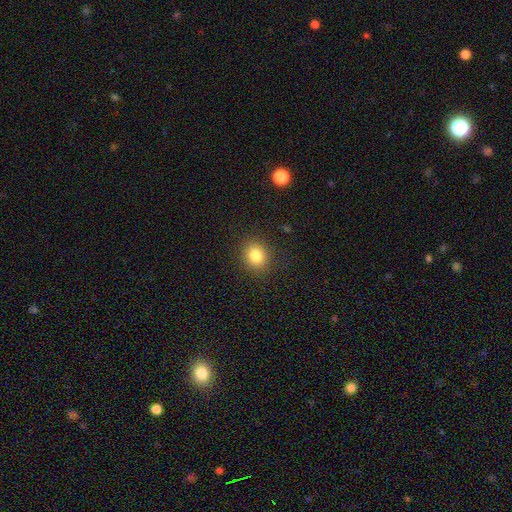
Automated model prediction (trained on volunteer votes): Smooth or featured? Predicted: smooth (p=0.82). How rounded? Predicted: round (p=0.70). Merging? Predicted: none (p=0.88).